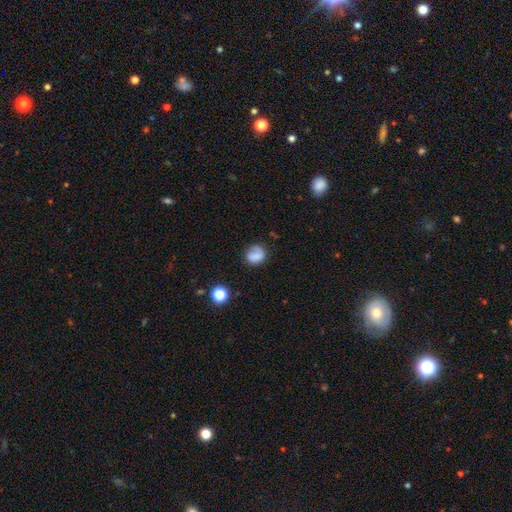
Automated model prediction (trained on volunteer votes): Smooth or featured? Predicted: smooth (p=0.71). How rounded? Predicted: round (p=0.74). Merging? Predicted: none (p=0.61).